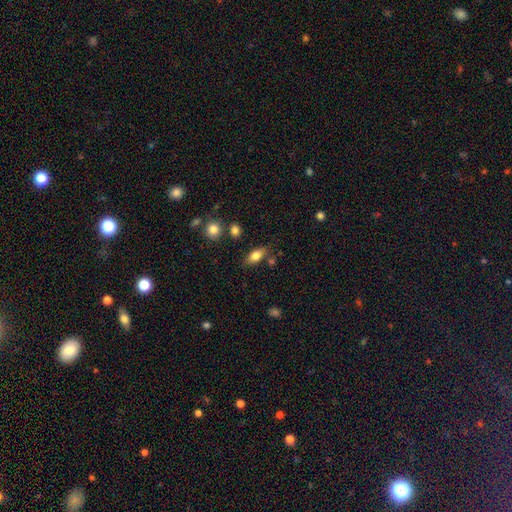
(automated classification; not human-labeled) Smooth or featured? smooth (77%)
How rounded? in between (85%)
Merging? none (75%)